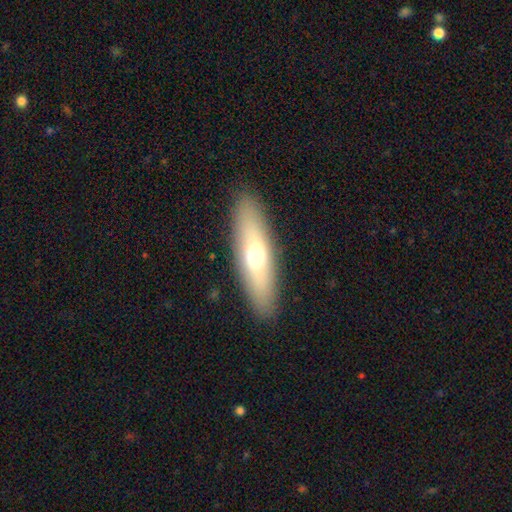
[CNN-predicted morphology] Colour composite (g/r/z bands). It shows a smooth galaxy with no disk features (59%) that is cigar-shaped (54%). Merging: none (89%).